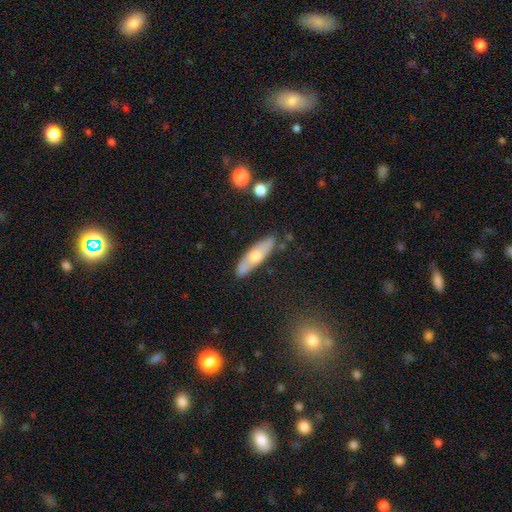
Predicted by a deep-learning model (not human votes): The model was most divided on "smooth or featured": smooth: 51%, featured or disk: 43%, star or artifact: 6%. More confident: merging — none (78%); how rounded — cigar-shaped (60%).